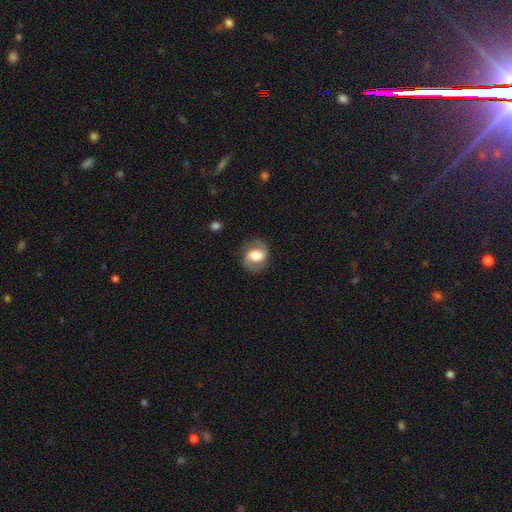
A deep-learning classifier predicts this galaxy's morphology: Smooth or featured? Predicted: featured or disk (p=0.70). Edge-on disk? Predicted: no (p=0.97). Bar? Predicted: weak (p=0.42). Spiral arms? Predicted: yes (p=0.90). Spiral winding? Predicted: medium (p=0.50). Spiral arm count? Predicted: 2 (p=0.91). Bulge size? Predicted: moderate (p=0.44). Merging? Predicted: none (p=0.81).